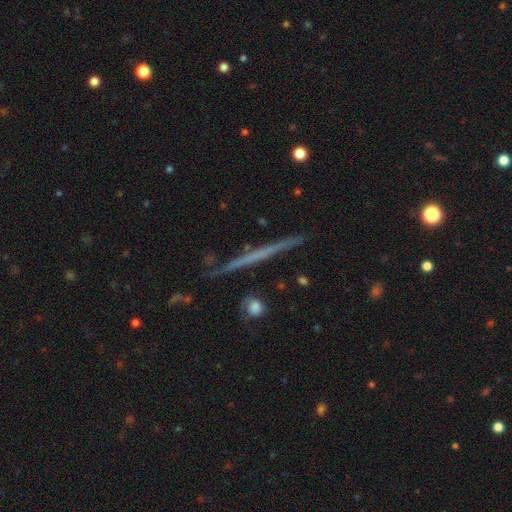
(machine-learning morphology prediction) A featured or disk galaxy (61%) viewed edge-on (97%) with no central bulge (87%). Merging: none (89%).